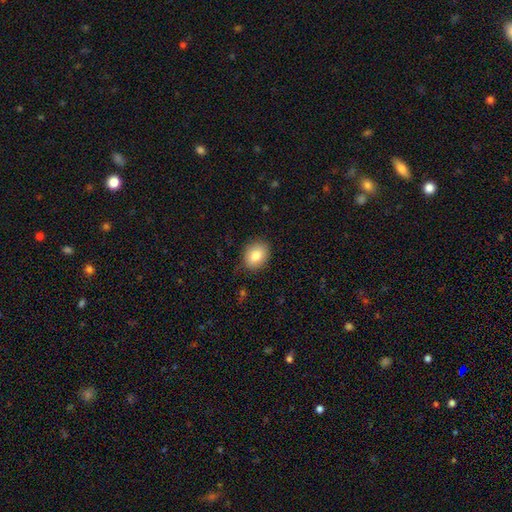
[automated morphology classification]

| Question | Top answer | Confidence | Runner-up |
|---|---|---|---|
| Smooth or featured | smooth | 81% | featured or disk (10%) |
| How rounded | in between | 50% | round (49%) |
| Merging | none | 84% | minor disturbance (12%) |